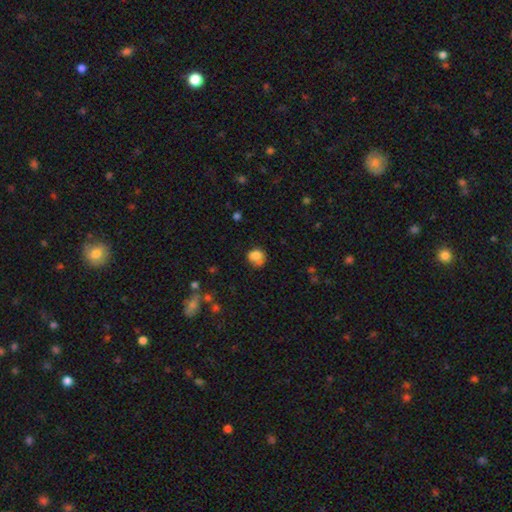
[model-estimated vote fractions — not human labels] smooth 78%, featured or disk 12%, star or artifact 11%. Down the decision tree: how rounded — round (66%); merging — none (53%).